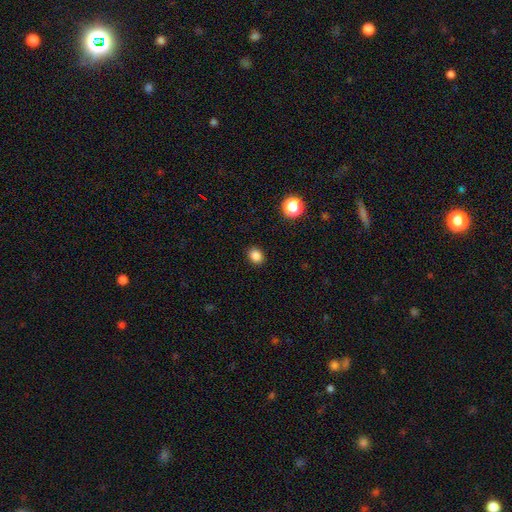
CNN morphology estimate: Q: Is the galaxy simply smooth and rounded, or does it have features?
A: smooth — 85%.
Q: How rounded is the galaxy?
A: round — 57%.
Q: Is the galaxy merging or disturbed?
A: none — 90%.